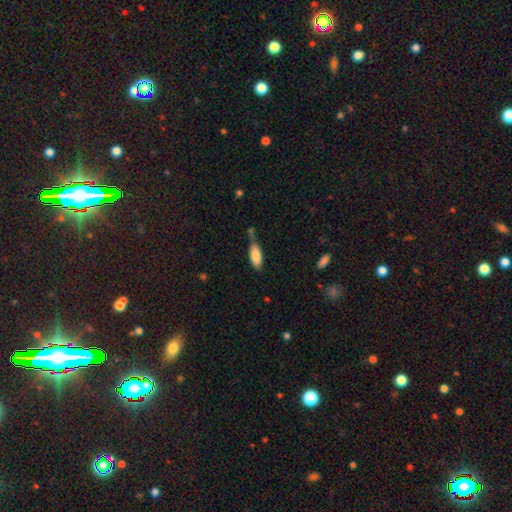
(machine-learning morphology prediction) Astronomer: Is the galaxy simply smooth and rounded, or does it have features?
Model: smooth — 82%.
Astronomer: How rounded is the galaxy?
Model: in between — 80%.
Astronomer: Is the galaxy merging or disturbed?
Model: none — 46% (runner-up: minor disturbance, 29%).